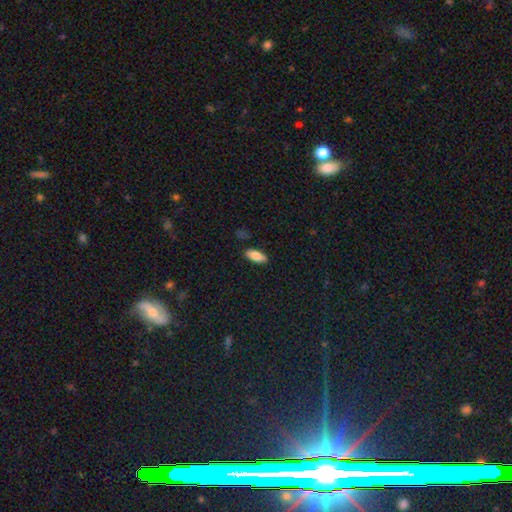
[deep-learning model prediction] smooth_or_featured: smooth (p=0.84) [alt: featured or disk p=0.09]
how_rounded: in between (p=0.84) [alt: cigar-shaped p=0.14]
merging: none (p=0.86) [alt: minor disturbance p=0.10]